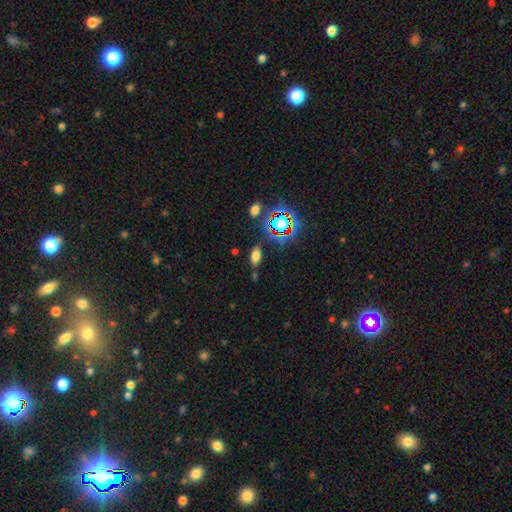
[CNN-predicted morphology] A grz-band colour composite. It shows a smooth galaxy with no disk features (65%) that is in between round and cigar-shaped (85%). Merging: none (76%).